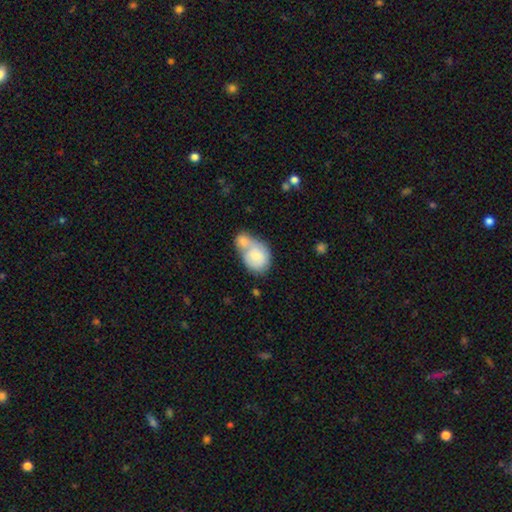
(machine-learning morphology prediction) type=smooth (74%); roundness=in between (55%); merging=merger (68%).